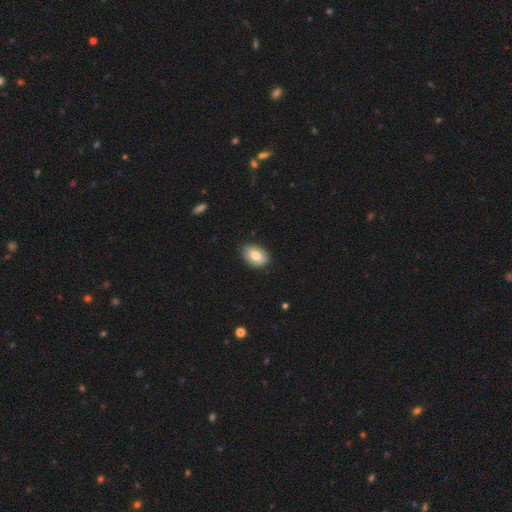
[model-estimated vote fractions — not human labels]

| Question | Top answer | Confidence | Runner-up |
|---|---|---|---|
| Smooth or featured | smooth | 77% | featured or disk (16%) |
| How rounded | in between | 86% | round (13%) |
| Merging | none | 86% | minor disturbance (11%) |